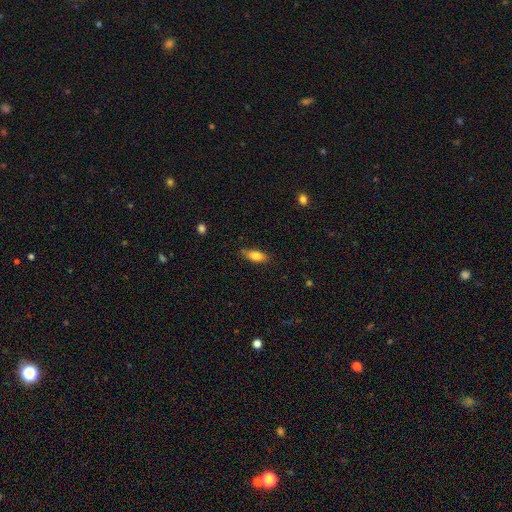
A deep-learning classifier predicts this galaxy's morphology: Smooth or featured? smooth (79%)
How rounded? in between (74%)
Merging? none (79%)